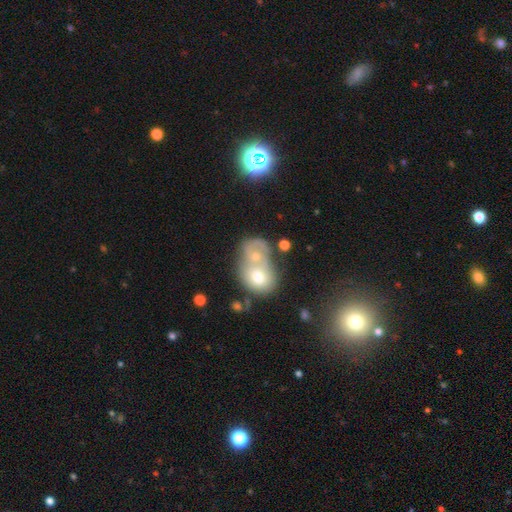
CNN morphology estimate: smooth_or_featured: smooth (p=0.50) [alt: featured or disk p=0.40]
how_rounded: round (p=0.52) [alt: in between p=0.46]
merging: merger (p=0.70) [alt: none p=0.16]